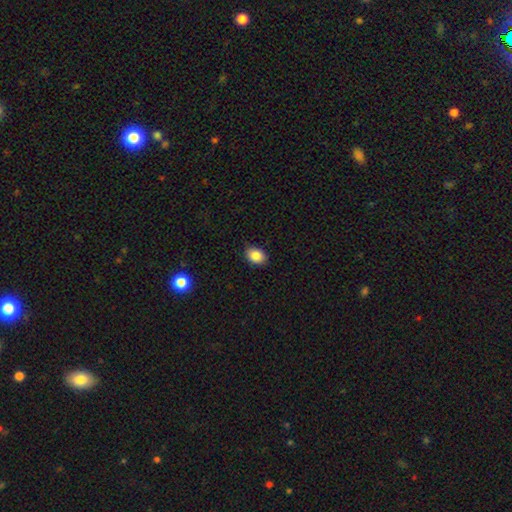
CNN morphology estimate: Smooth or featured? Predicted: smooth (p=0.86). How rounded? Predicted: in between (p=0.71). Merging? Predicted: none (p=0.86).